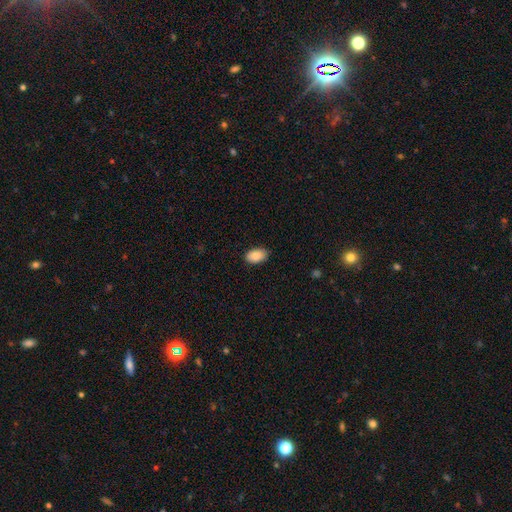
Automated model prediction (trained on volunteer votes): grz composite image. It shows a smooth galaxy with no disk features (87%) that is in between round and cigar-shaped (91%). Merging: none (86%).